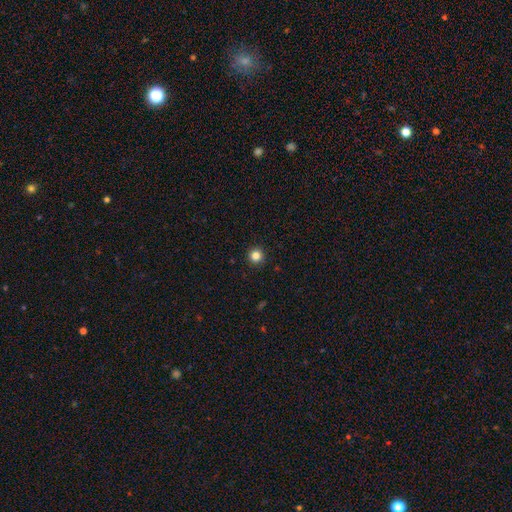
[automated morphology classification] smooth 84%, star or artifact 12%, featured or disk 4%. Down the decision tree: how rounded — round (96%); merging — none (93%).